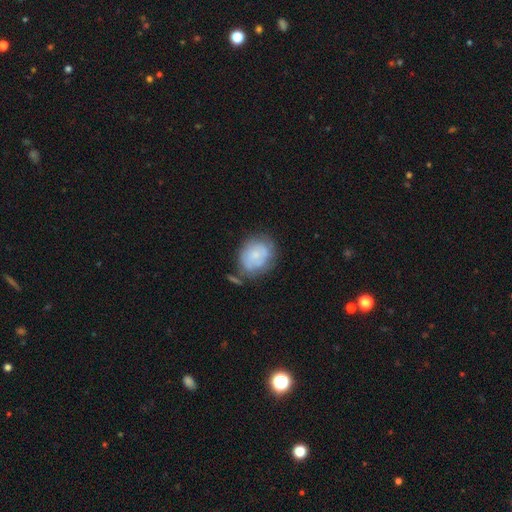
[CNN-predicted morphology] This is possibly a smooth galaxy (58%). How rounded: possibly round (53%). Merging: possibly none (50%).